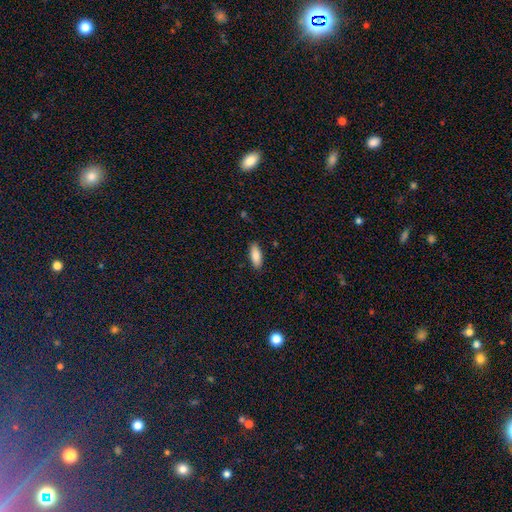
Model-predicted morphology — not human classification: Smooth or featured? Predicted: smooth (p=0.85). How rounded? Predicted: in between (p=0.78). Merging? Predicted: none (p=0.87).